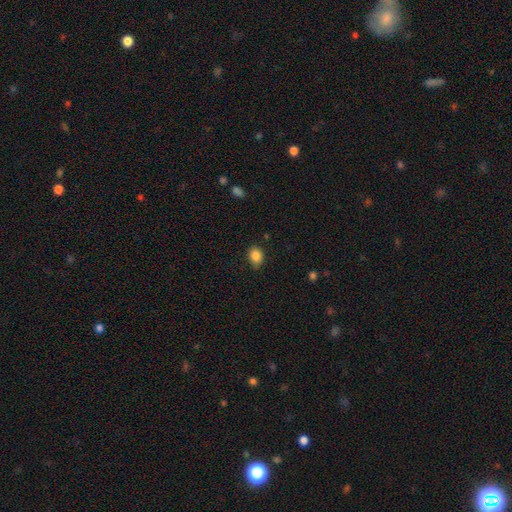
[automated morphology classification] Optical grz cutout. It shows a smooth galaxy with no disk features (86%) that is in between round and cigar-shaped (64%). Merging: none (80%).